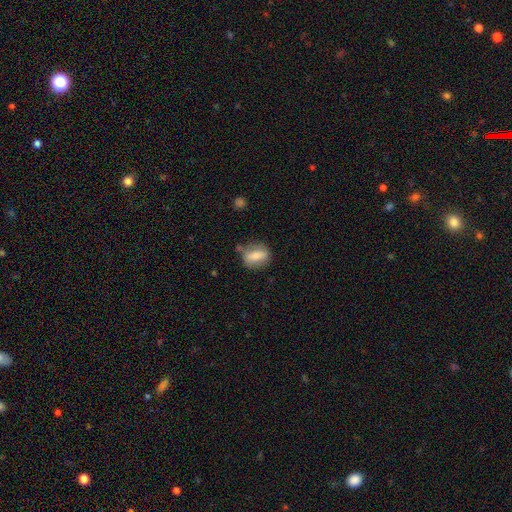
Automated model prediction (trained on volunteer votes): This is likely a smooth galaxy (65%). How rounded: possibly in between (59%). Merging: likely none (67%).